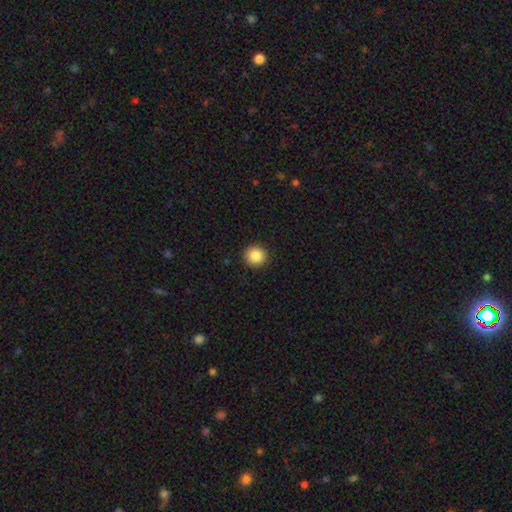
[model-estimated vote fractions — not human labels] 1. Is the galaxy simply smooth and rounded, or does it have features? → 86% smooth, 9% star or artifact, 4% featured or disk.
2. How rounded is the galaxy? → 93% round, 6% in between, 1% cigar-shaped.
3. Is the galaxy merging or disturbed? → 92% none, 6% minor disturbance, 2% major disturbance, 1% merger.